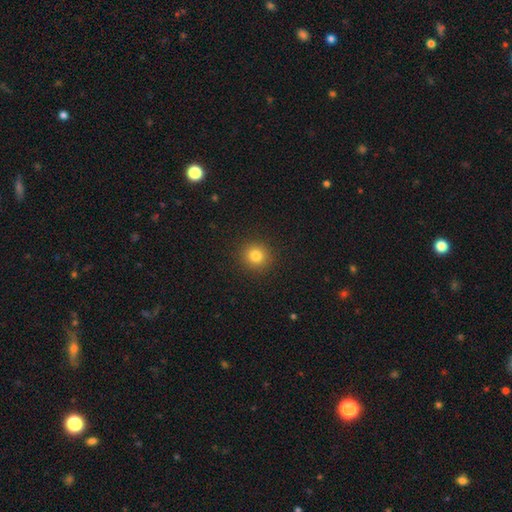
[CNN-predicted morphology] A smooth galaxy with no disk features (82%) that is round (91%). Merging: none (92%).